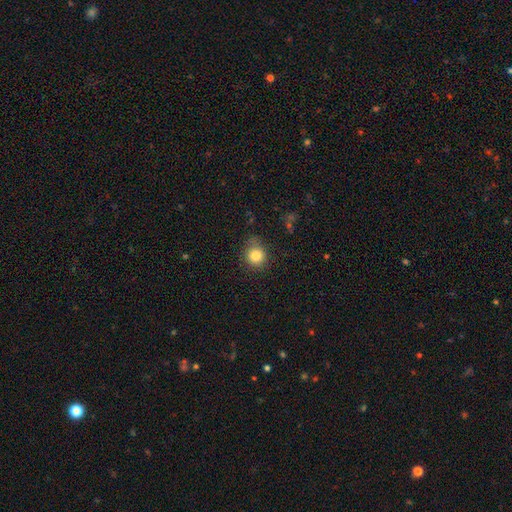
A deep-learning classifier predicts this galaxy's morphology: Smooth or featured? smooth (83%)
How rounded? round (87%)
Merging? none (73%)